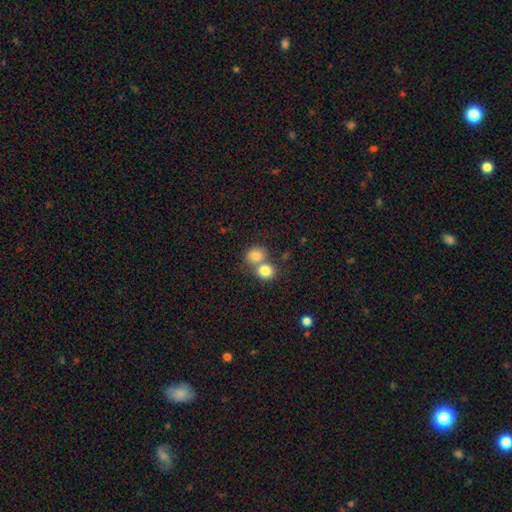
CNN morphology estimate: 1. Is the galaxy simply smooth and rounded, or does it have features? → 81% smooth, 10% star or artifact, 9% featured or disk.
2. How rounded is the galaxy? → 72% round, 27% in between, 1% cigar-shaped.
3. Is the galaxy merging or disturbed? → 53% merger, 38% none, 7% minor disturbance, 3% major disturbance.